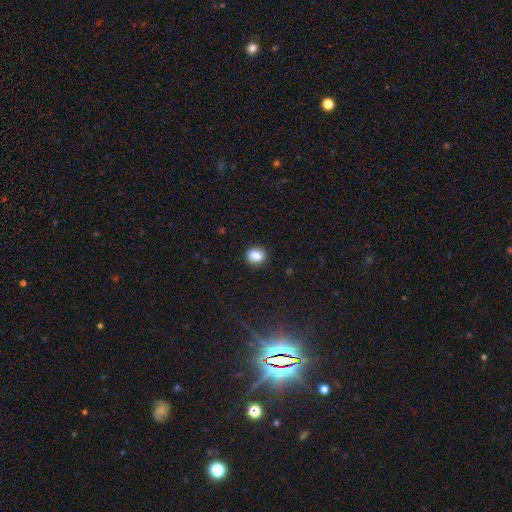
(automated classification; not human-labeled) Smooth or featured?
  - smooth: 85% *
  - star or artifact: 10%
  - featured or disk: 5%
How rounded?
  - round: 52% *
  - in between: 47%
  - cigar-shaped: 1%
Merging?
  - none: 85% *
  - minor disturbance: 10%
  - major disturbance: 3%
  - merger: 2%